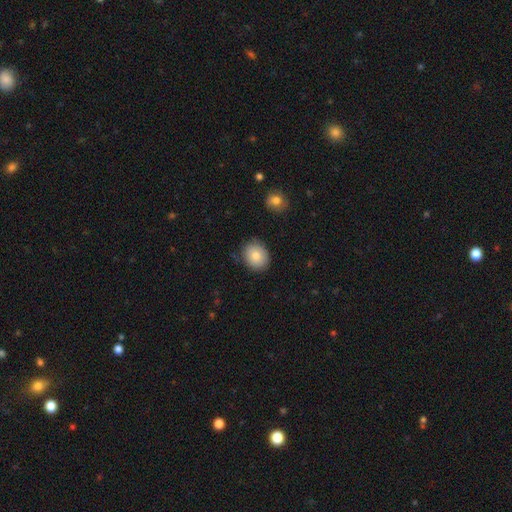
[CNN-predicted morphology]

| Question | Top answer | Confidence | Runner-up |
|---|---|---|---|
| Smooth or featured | smooth | 81% | featured or disk (11%) |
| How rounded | round | 58% | in between (41%) |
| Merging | none | 82% | minor disturbance (13%) |